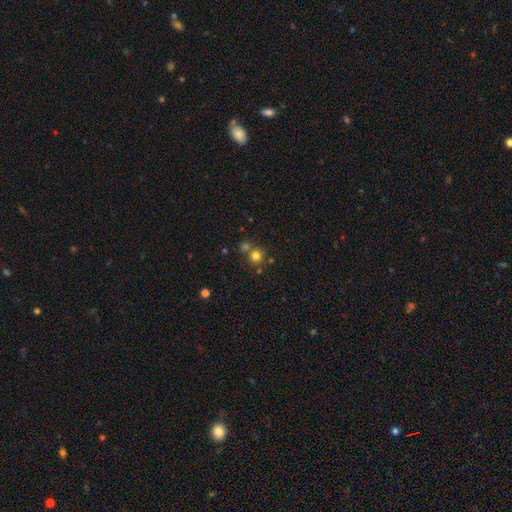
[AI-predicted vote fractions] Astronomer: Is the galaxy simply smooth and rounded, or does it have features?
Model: smooth — 76%.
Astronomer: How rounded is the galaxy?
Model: round — 92%.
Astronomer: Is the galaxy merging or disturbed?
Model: none — 66%.